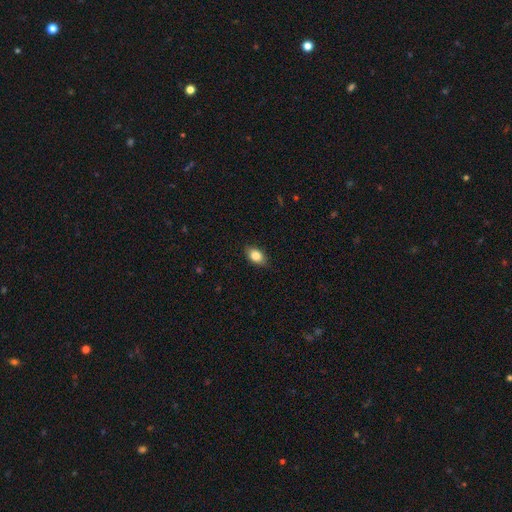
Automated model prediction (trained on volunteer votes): A smooth galaxy with no disk features (84%) that is in between round and cigar-shaped (87%).

Vote fractions:
- Smooth or featured? smooth: 84% / featured or disk: 8% / star or artifact: 8%
- How rounded? in between: 87% / round: 11% / cigar-shaped: 2%
- Merging? none: 84% / minor disturbance: 13% / major disturbance: 2% / merger: 1%